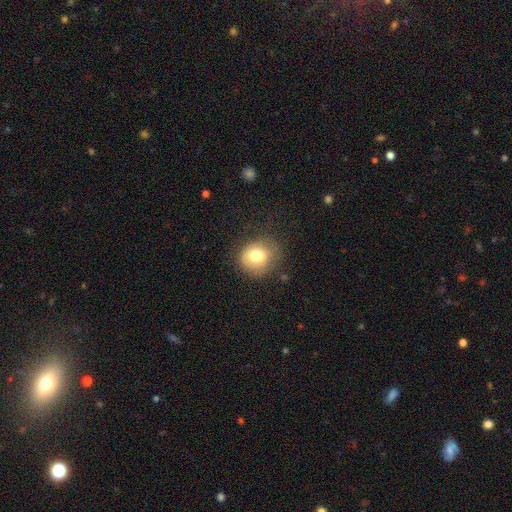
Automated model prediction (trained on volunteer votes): Smooth or featured? Predicted: smooth (p=0.73). How rounded? Predicted: round (p=0.77). Merging? Predicted: none (p=0.67).